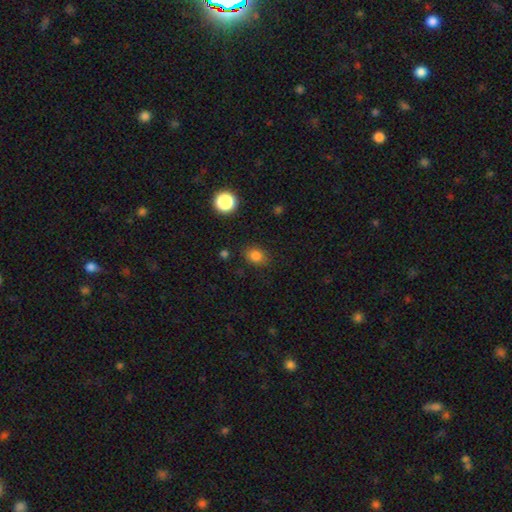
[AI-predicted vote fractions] smooth 82%, star or artifact 13%, featured or disk 5%. Down the decision tree: how rounded — in between (53%); merging — none (83%).